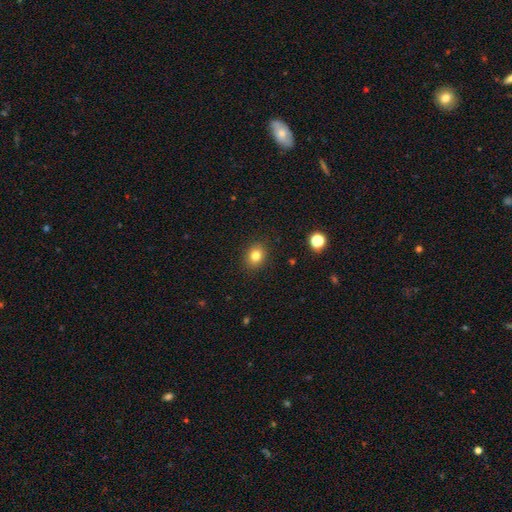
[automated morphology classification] Smooth or featured: smooth — 81% (star or artifact — 12%)
How rounded: round — 58% (in between — 41%)
Merging: none — 89% (minor disturbance — 8%)